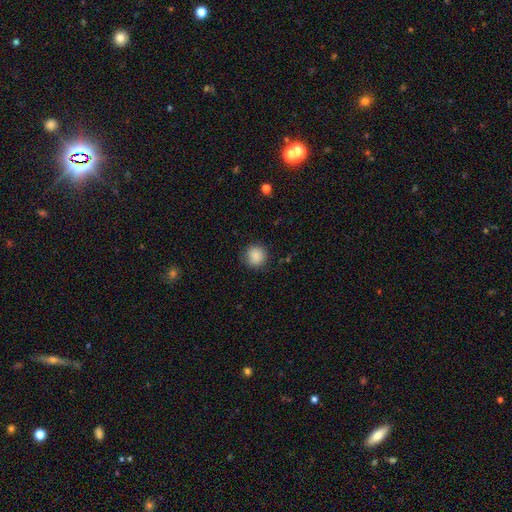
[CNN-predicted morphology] smooth_or_featured: smooth (p=0.87) [alt: star or artifact p=0.09]
how_rounded: round (p=0.93) [alt: in between p=0.07]
merging: none (p=0.86) [alt: minor disturbance p=0.10]